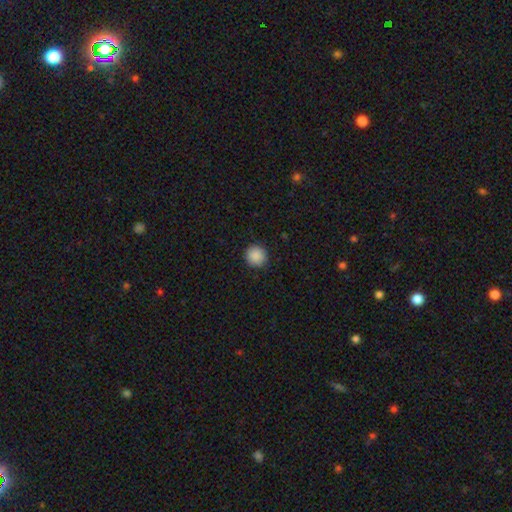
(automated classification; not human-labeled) A smooth galaxy with no disk features (89%) that is round (94%).

Vote fractions:
- Smooth or featured? smooth: 89% / star or artifact: 9% / featured or disk: 2%
- How rounded? round: 94% / in between: 5% / cigar-shaped: 1%
- Merging? none: 92% / minor disturbance: 6% / major disturbance: 2% / merger: 1%